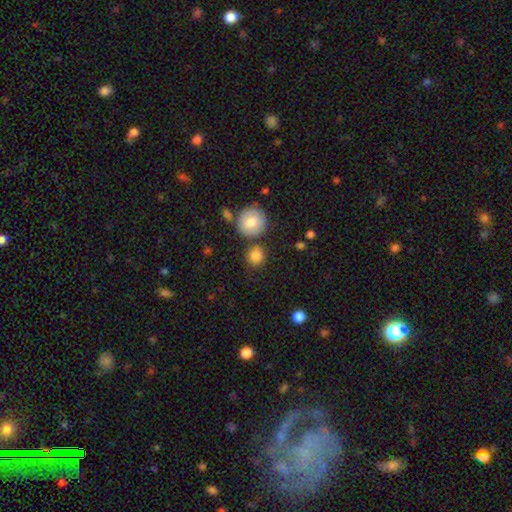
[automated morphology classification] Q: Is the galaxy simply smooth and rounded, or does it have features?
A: smooth — 83%.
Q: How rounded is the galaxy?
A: round — 88%.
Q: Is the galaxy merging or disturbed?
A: none — 72%.